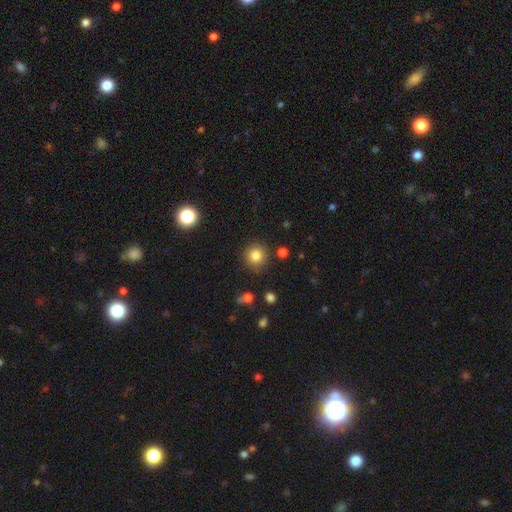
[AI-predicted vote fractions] smooth-or-featured: smooth: 82% | star or artifact: 12% | featured or disk: 6%
  how-rounded: round: 93% | in between: 6% | cigar-shaped: 1%
  merging: none: 87% | minor disturbance: 8% | merger: 3% | major disturbance: 3%